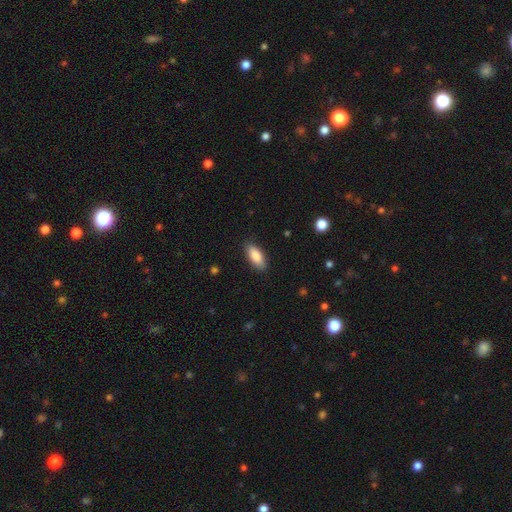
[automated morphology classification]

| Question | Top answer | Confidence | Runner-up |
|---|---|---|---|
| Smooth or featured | smooth | 86% | featured or disk (8%) |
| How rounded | in between | 81% | cigar-shaped (17%) |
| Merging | none | 87% | minor disturbance (10%) |